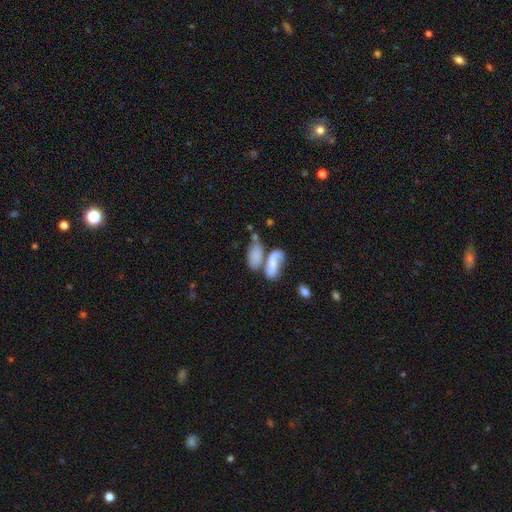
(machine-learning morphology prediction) Smooth or featured? Predicted: smooth (p=0.65). How rounded? Predicted: in between (p=0.85). Merging? Predicted: merger (p=0.52).